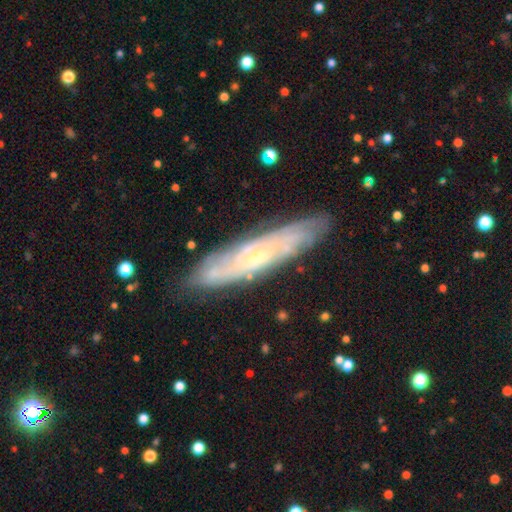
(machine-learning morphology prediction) The model was most divided on "edge-on disk": no: 62%, yes: 38%. More confident: merging — none (84%); smooth or featured — featured or disk (75%).